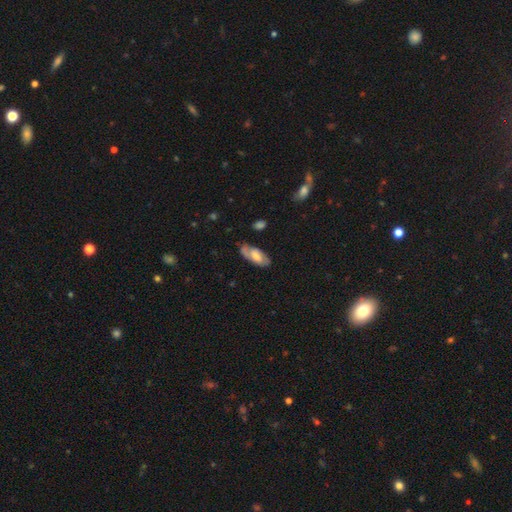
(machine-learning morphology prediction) Smooth or featured? Predicted: featured or disk (p=0.50). Edge-on disk? Predicted: no (p=0.86). Merging? Predicted: none (p=0.69).